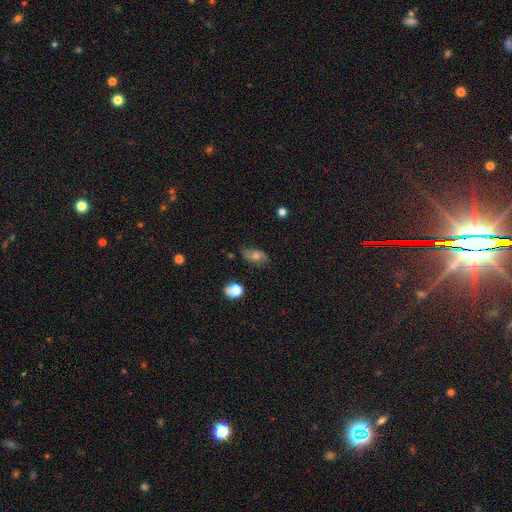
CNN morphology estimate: The model was most divided on "smooth or featured": smooth: 49%, featured or disk: 39%, star or artifact: 12%. More confident: merging — none (71%).